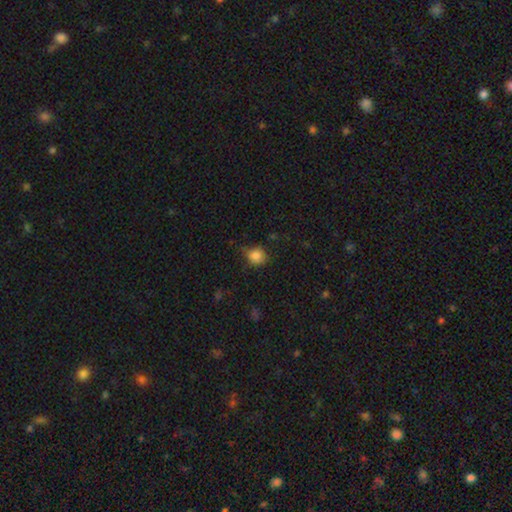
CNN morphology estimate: smooth_or_featured: smooth (p=0.84) [alt: star or artifact p=0.10]
how_rounded: round (p=0.79) [alt: in between p=0.20]
merging: none (p=0.67) [alt: minor disturbance p=0.26]